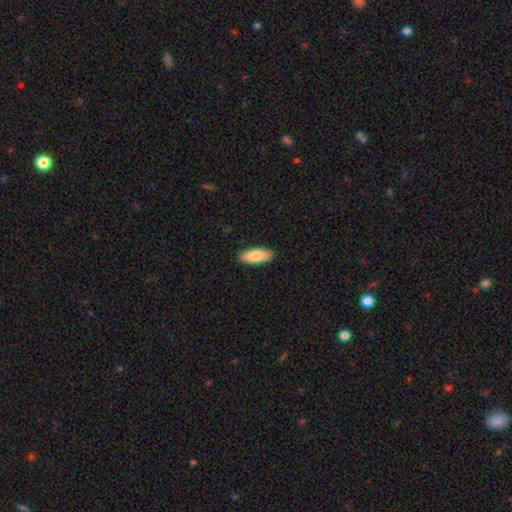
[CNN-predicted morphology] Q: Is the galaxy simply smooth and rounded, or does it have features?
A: smooth — 83%.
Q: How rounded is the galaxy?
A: in between — 82%.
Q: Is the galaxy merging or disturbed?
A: none — 89%.